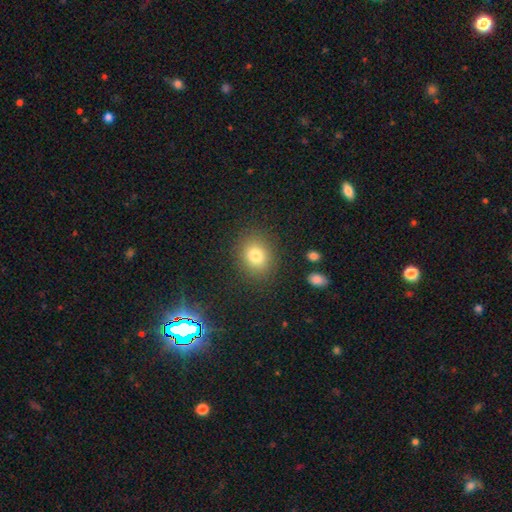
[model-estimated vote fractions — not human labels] Overall: smooth (79%). How rounded: round (63%; in between 36%). Merging: none (86%).